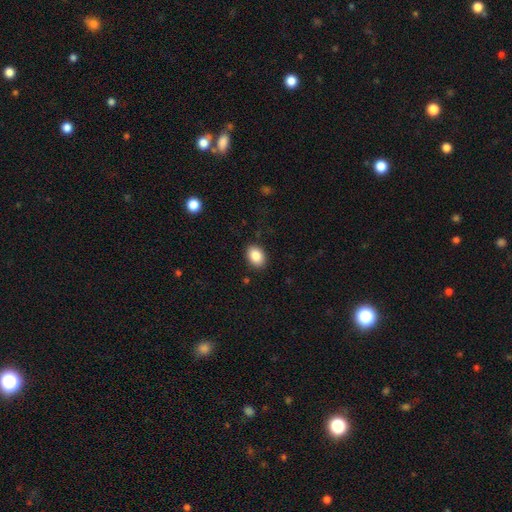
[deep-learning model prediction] Overall: smooth (87%). How rounded: in between (76%). Merging: none (88%).